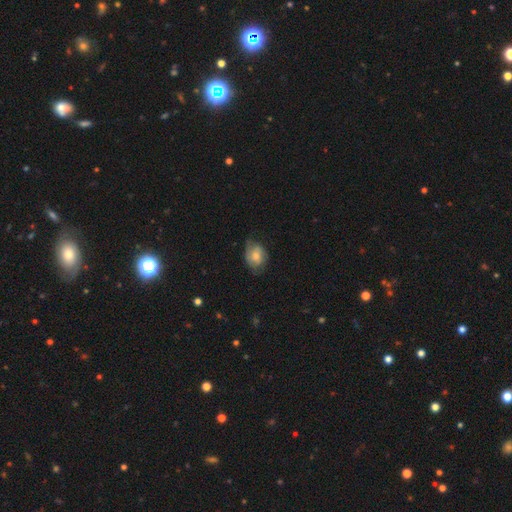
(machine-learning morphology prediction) Smooth or featured? Predicted: smooth (p=0.60). How rounded? Predicted: in between (p=0.62). Merging? Predicted: none (p=0.56).